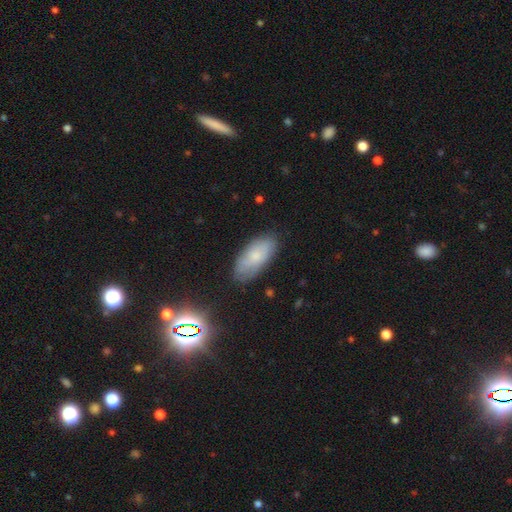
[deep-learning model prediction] Q: Smooth or featured?
A: smooth (68%); runner-up: featured or disk (23%)
Q: How rounded?
A: in between (90%); runner-up: cigar-shaped (8%)
Q: Merging?
A: none (74%); runner-up: minor disturbance (20%)